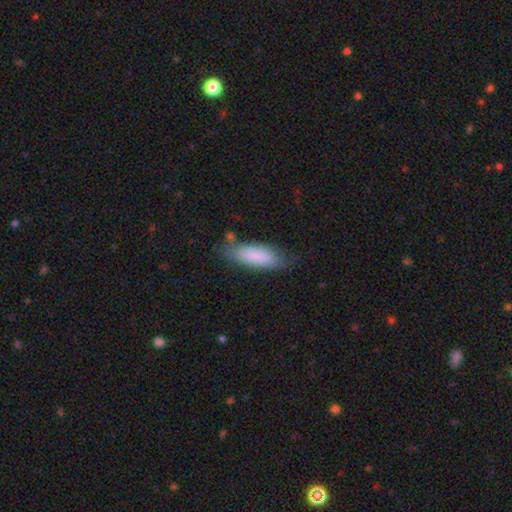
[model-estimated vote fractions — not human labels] This is clearly a smooth galaxy (83%). How rounded: possibly in between (59%). Merging: likely none (68%).